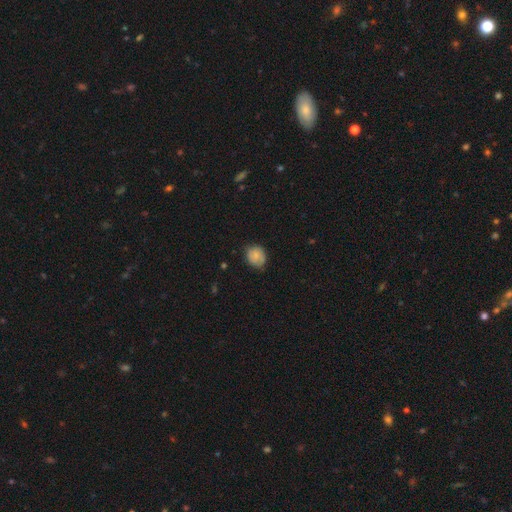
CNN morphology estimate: This appears to be a smooth galaxy with no disk features (74%) that is round (63%). Merging: none (67%).